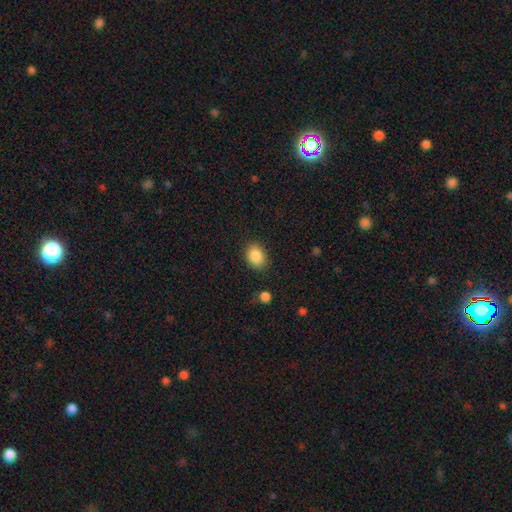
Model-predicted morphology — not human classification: Smooth or featured? Predicted: smooth (p=0.87). How rounded? Predicted: in between (p=0.70). Merging? Predicted: none (p=0.84).